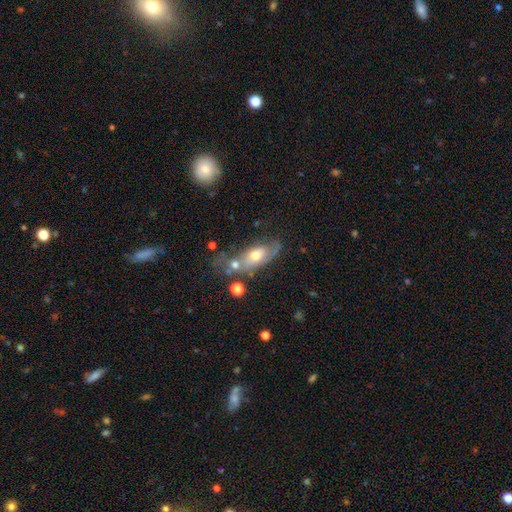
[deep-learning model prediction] Smooth or featured?
  - smooth: 46% *
  - featured or disk: 45%
  - star or artifact: 9%
Merging?
  - none: 36% *
  - merger: 26%
  - minor disturbance: 21%
  - major disturbance: 17%